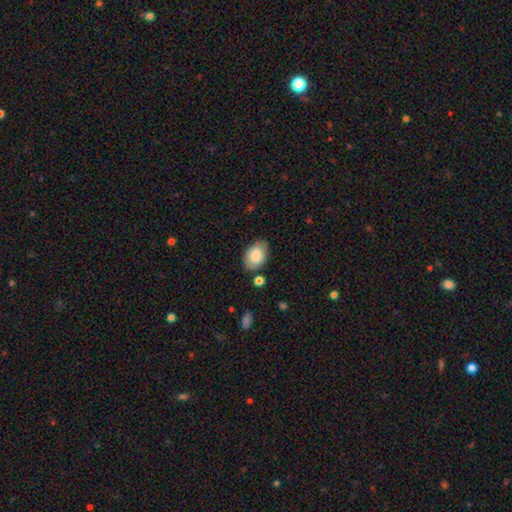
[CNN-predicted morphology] Smooth or featured?
  - smooth: 82% *
  - featured or disk: 11%
  - star or artifact: 7%
How rounded?
  - in between: 86% *
  - round: 13%
  - cigar-shaped: 1%
Merging?
  - none: 76% *
  - minor disturbance: 17%
  - major disturbance: 4%
  - merger: 4%